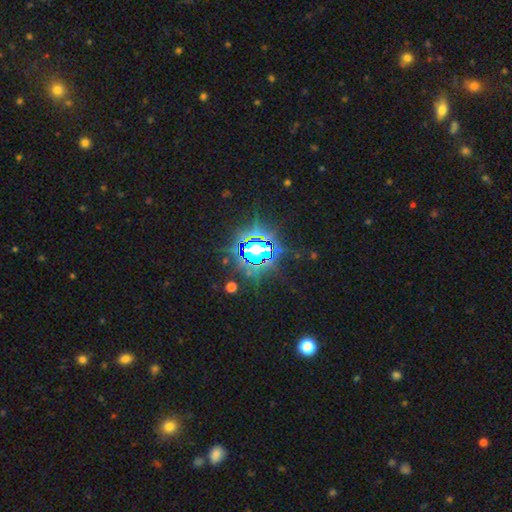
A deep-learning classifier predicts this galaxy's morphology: Smooth or featured? star or artifact (82%)